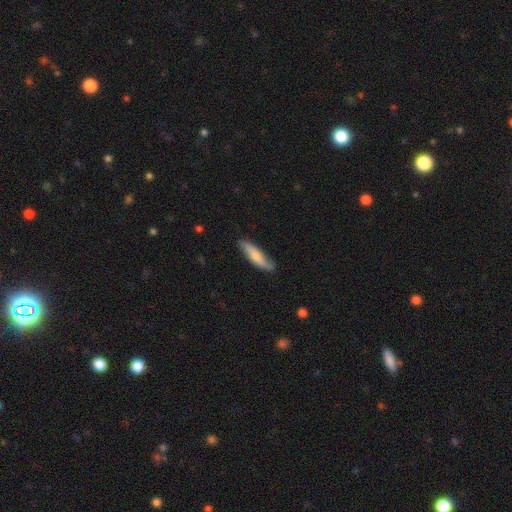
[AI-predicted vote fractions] Smooth or featured?
  - smooth: 68% *
  - featured or disk: 27%
  - star or artifact: 5%
How rounded?
  - cigar-shaped: 70% *
  - in between: 28%
  - round: 2%
Merging?
  - none: 76% *
  - minor disturbance: 19%
  - major disturbance: 3%
  - merger: 2%